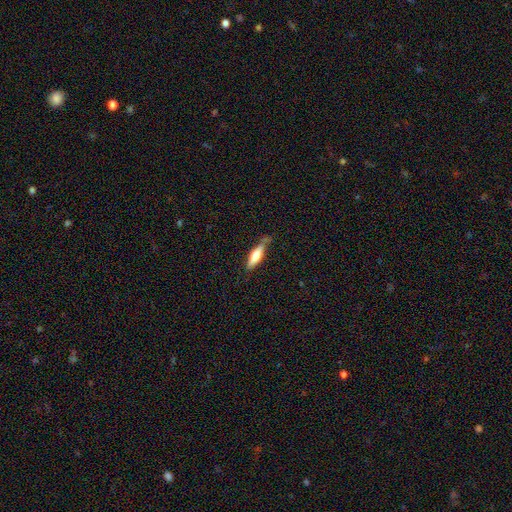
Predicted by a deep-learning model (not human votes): smooth_or_featured: smooth (p=0.57) [alt: featured or disk p=0.37]
how_rounded: cigar-shaped (p=0.65) [alt: in between p=0.33]
merging: none (p=0.64) [alt: minor disturbance p=0.25]